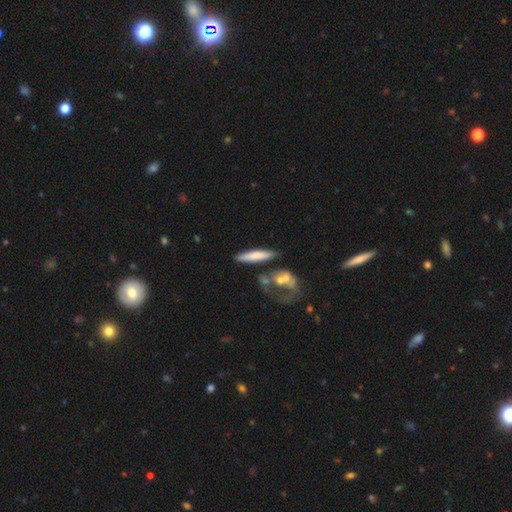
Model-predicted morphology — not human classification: smooth 66%, featured or disk 28%, star or artifact 6%. Down the decision tree: how rounded — cigar-shaped (84%); merging — none (68%).